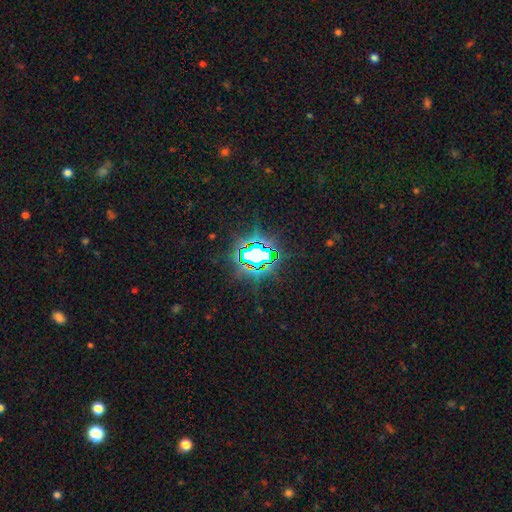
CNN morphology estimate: Overall: star or artifact (78%).